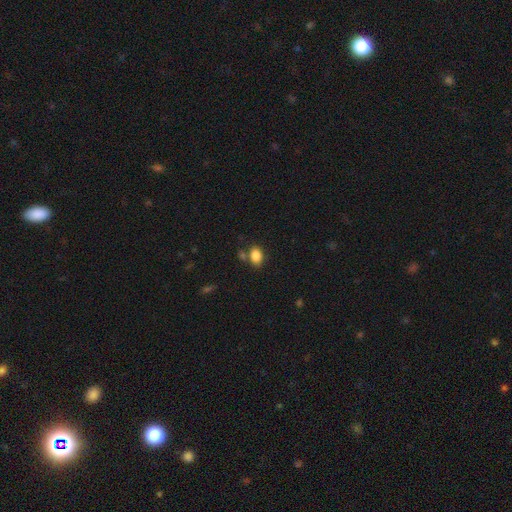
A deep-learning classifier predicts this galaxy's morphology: This appears to be a smooth galaxy with no disk features (85%) that is in between round and cigar-shaped (78%). Merging: none (71%).